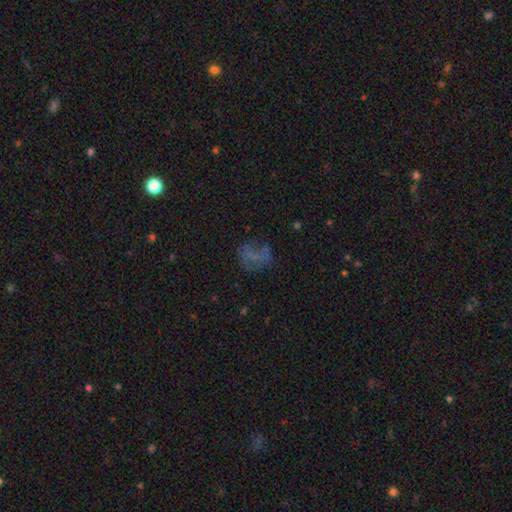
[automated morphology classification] smooth-or-featured: smooth: 41% | featured or disk: 32% | star or artifact: 27%
  merging: none: 48% | major disturbance: 27% | minor disturbance: 20% | merger: 5%